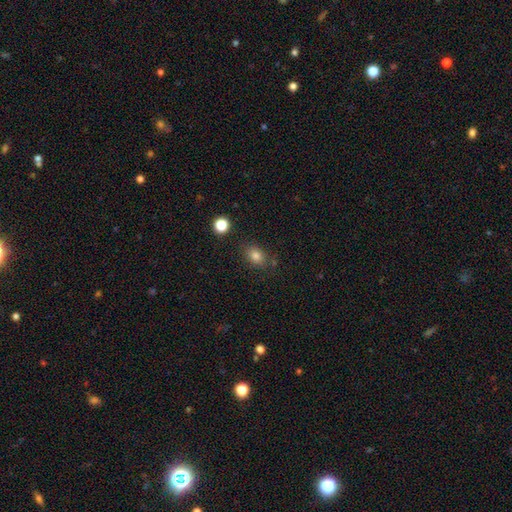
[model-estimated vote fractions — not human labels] A smooth galaxy with no disk features (82%) that is in between round and cigar-shaped (65%). Merging: none (78%).